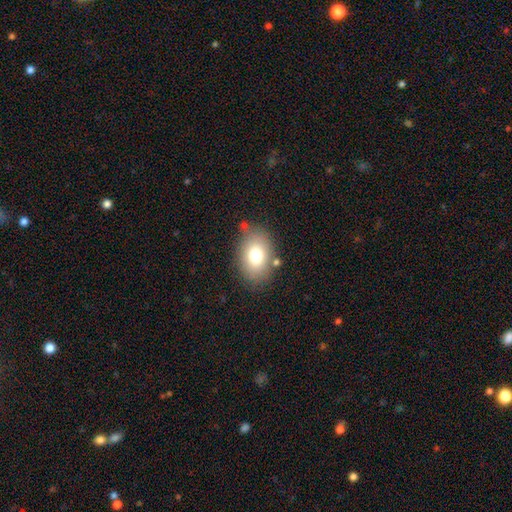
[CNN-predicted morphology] This appears to be a smooth galaxy with no disk features (75%) that is in between round and cigar-shaped (79%). Merging: none (77%).